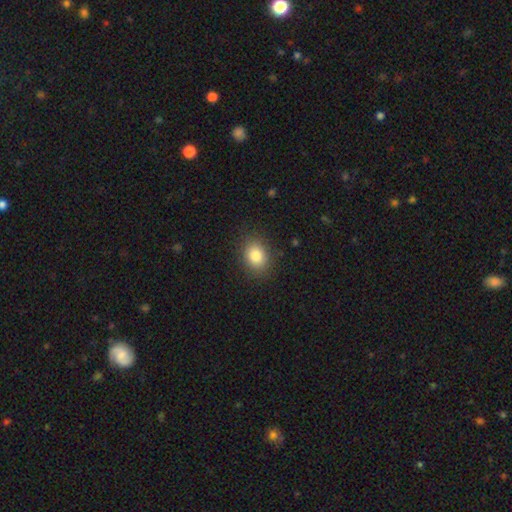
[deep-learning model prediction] This is clearly a smooth galaxy (83%). How rounded: possibly in between (51%). Merging: clearly none (87%).